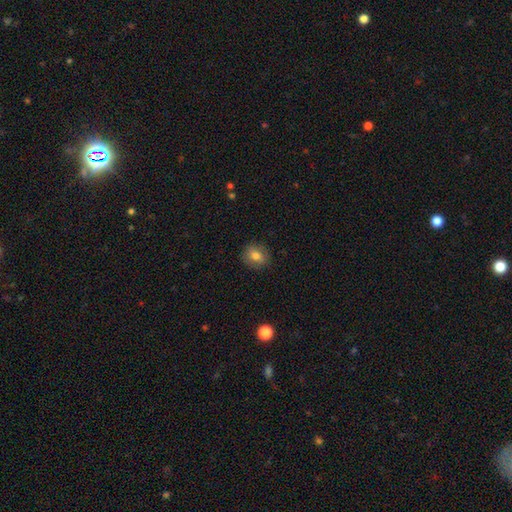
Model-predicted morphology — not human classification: Smooth or featured? Predicted: smooth (p=0.78). How rounded? Predicted: round (p=0.67). Merging? Predicted: none (p=0.87).